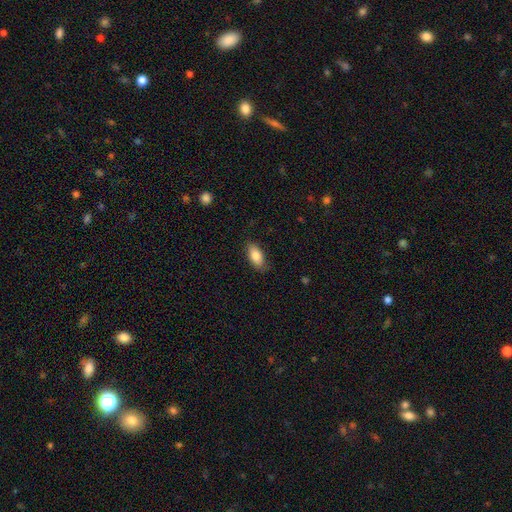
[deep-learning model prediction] Q: Smooth or featured?
A: smooth (83%); runner-up: featured or disk (10%)
Q: How rounded?
A: in between (89%); runner-up: cigar-shaped (8%)
Q: Merging?
A: none (82%); runner-up: minor disturbance (14%)